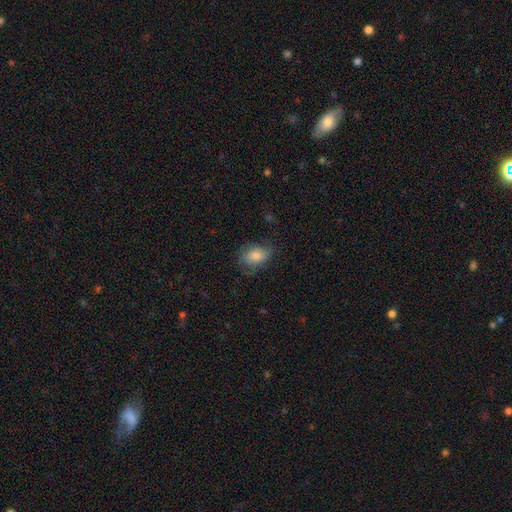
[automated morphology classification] Smooth or featured? smooth (78%)
How rounded? in between (80%)
Merging? none (61%)